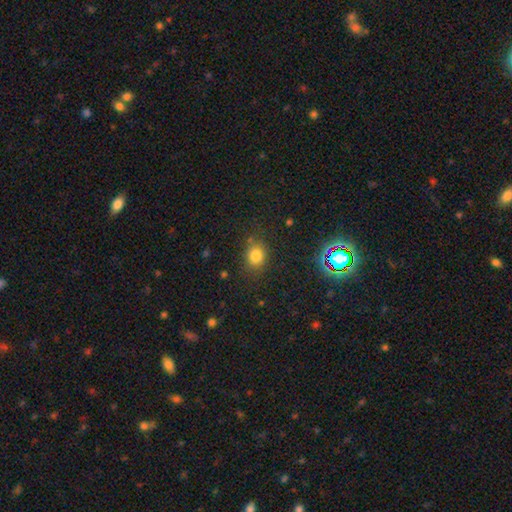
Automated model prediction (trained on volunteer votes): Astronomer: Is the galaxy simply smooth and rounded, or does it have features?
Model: smooth — 77%.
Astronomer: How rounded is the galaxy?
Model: round — 59% (runner-up: in between, 39%).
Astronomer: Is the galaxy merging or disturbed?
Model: none — 77%.